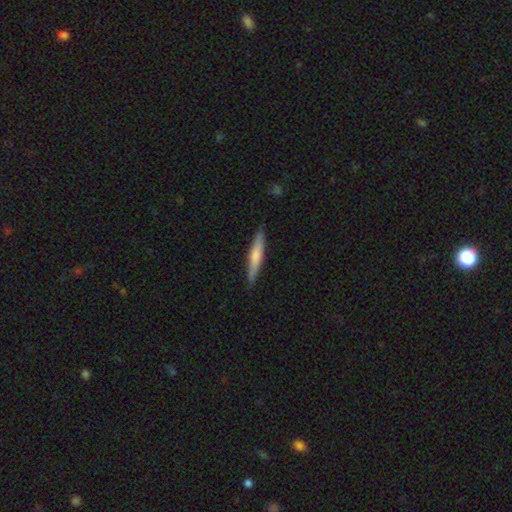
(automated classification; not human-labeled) The model was most divided on "smooth or featured": smooth: 60%, featured or disk: 35%, star or artifact: 5%. More confident: how rounded — cigar-shaped (92%); merging — none (89%).